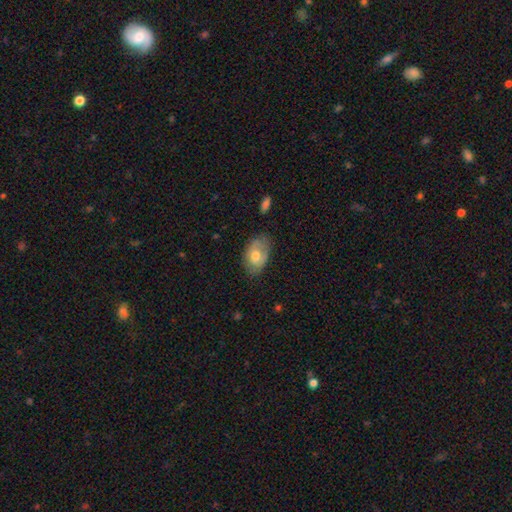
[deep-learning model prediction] smooth_or_featured: smooth (p=0.65) [alt: featured or disk p=0.28]
how_rounded: in between (p=0.88) [alt: round p=0.11]
merging: none (p=0.64) [alt: minor disturbance p=0.27]